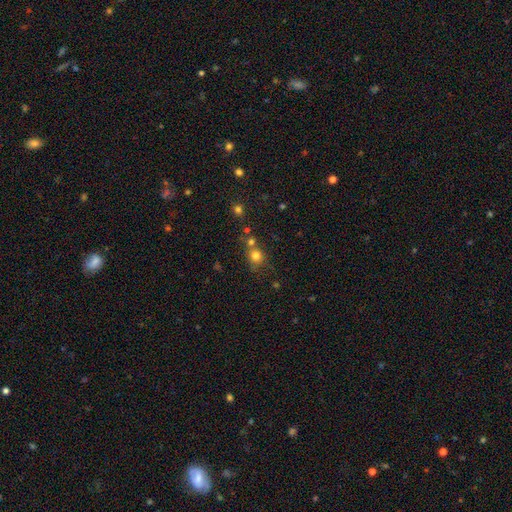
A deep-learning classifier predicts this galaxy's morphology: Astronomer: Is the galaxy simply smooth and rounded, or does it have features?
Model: smooth — 76%.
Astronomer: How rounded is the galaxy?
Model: round — 87%.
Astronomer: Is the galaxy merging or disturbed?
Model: none — 62%.